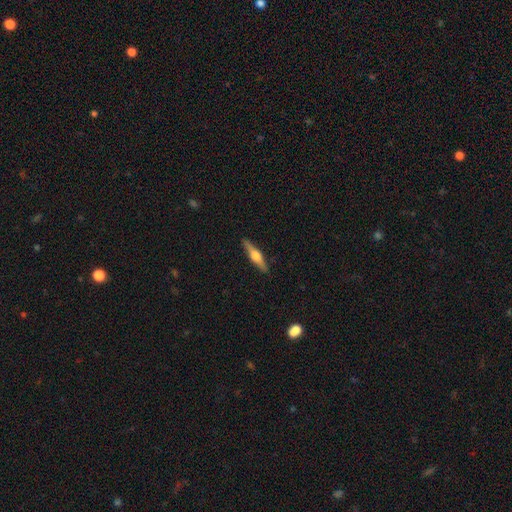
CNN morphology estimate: A featured or disk galaxy (69%) viewed edge-on (97%) with a rounded central bulge (90%). Merging: none (90%).